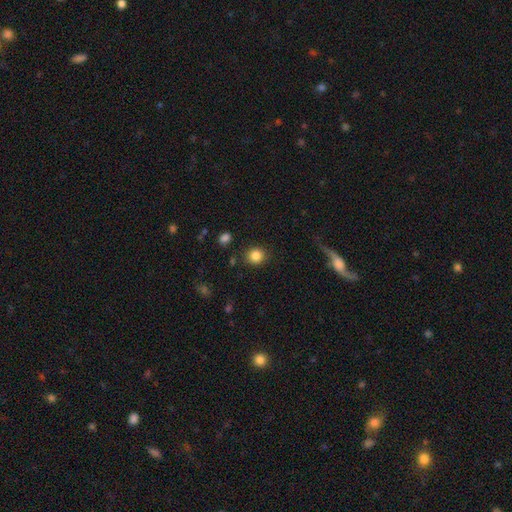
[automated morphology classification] Smooth or featured? smooth (84%)
How rounded? round (85%)
Merging? none (86%)